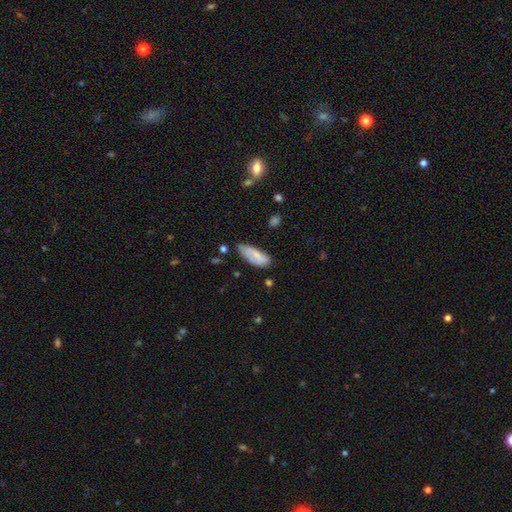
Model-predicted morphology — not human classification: This is likely a smooth galaxy (71%). How rounded: likely in between (76%). Merging: possibly none (55%).